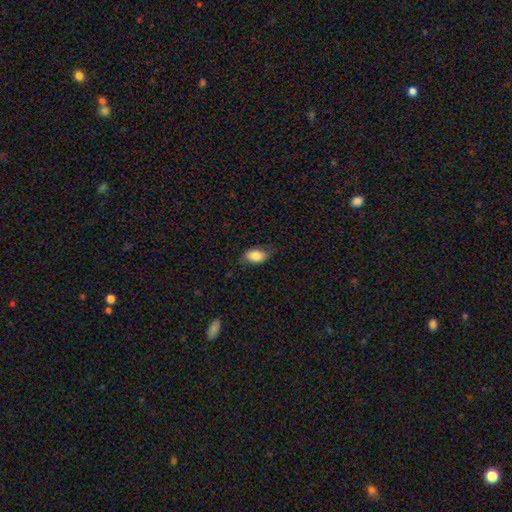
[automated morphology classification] A smooth galaxy with no disk features (82%) that is in between round and cigar-shaped (90%).

Vote fractions:
- Smooth or featured? smooth: 82% / featured or disk: 11% / star or artifact: 7%
- How rounded? in between: 90% / round: 7% / cigar-shaped: 2%
- Merging? none: 72% / minor disturbance: 22% / major disturbance: 5% / merger: 1%